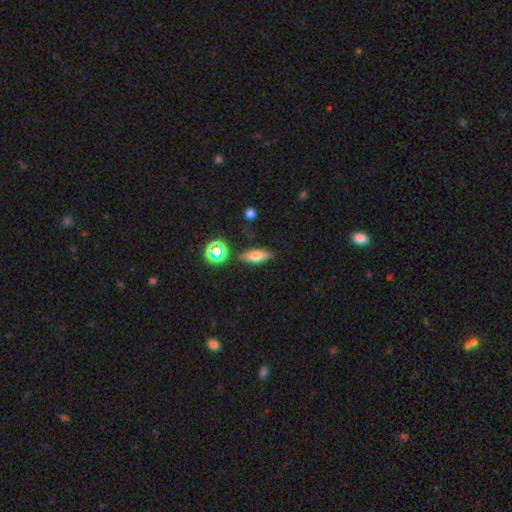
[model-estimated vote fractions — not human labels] Smooth or featured: smooth — 68% (featured or disk — 18%)
How rounded: in between — 65% (cigar-shaped — 28%)
Merging: none — 83% (minor disturbance — 11%)